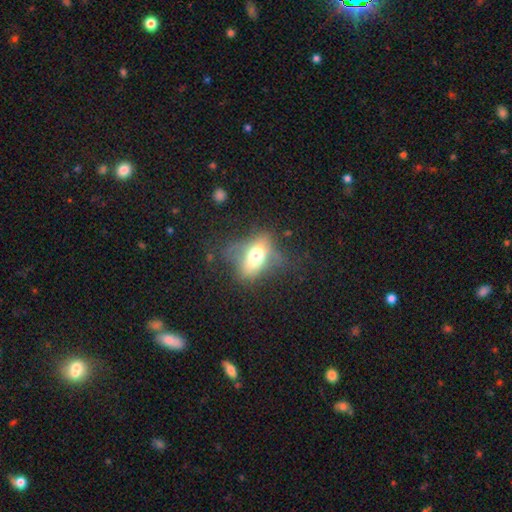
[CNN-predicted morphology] smooth 54%, featured or disk 34%, star or artifact 11%. Down the decision tree: how rounded — in between (78%); merging — none (45%).